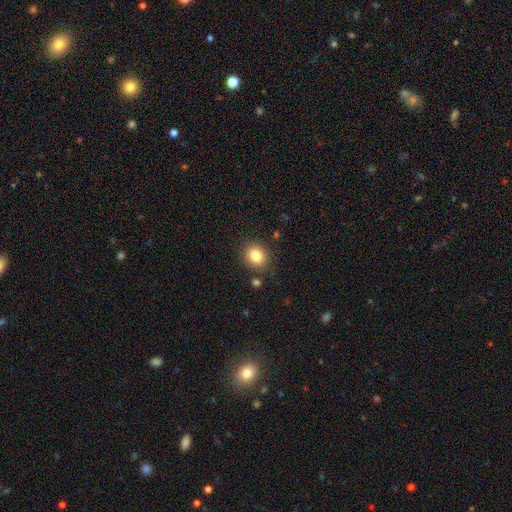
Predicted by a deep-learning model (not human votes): Smooth or featured?
  - smooth: 83% *
  - star or artifact: 10%
  - featured or disk: 7%
How rounded?
  - round: 73% *
  - in between: 26%
  - cigar-shaped: 1%
Merging?
  - none: 85% *
  - minor disturbance: 9%
  - merger: 3%
  - major disturbance: 3%